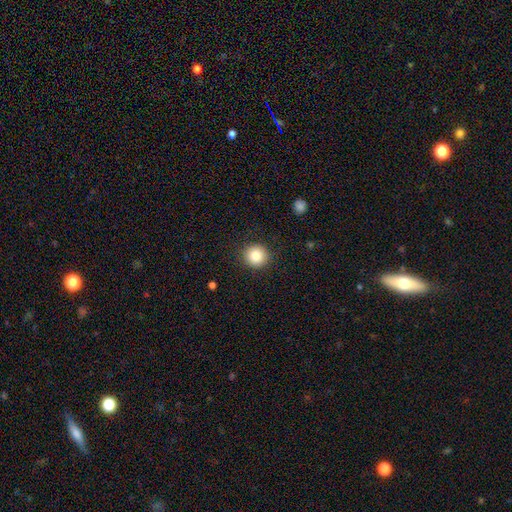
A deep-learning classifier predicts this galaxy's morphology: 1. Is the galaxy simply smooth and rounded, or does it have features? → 85% smooth, 9% star or artifact, 6% featured or disk.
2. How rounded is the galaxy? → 93% round, 6% in between, 1% cigar-shaped.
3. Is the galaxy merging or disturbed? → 90% none, 6% minor disturbance, 2% major disturbance, 1% merger.